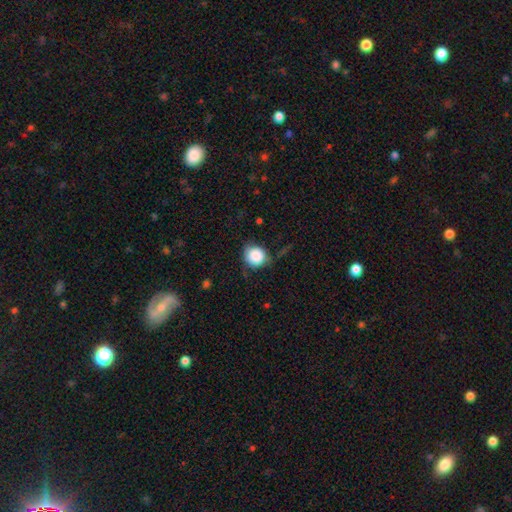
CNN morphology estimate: Smooth or featured? Predicted: smooth (p=0.83). How rounded? Predicted: round (p=0.88). Merging? Predicted: none (p=0.65).